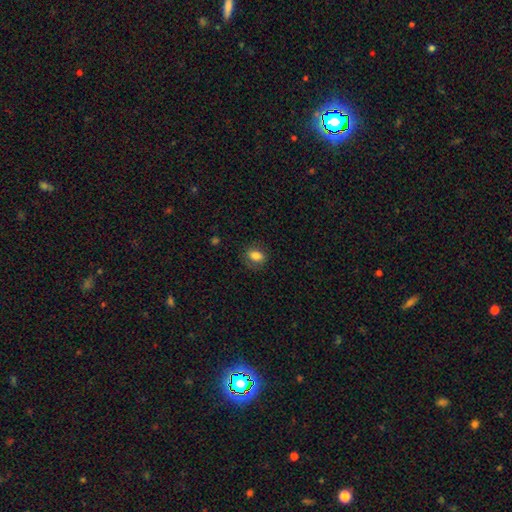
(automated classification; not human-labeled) Q: Smooth or featured?
A: smooth (82%); runner-up: star or artifact (9%)
Q: How rounded?
A: in between (68%); runner-up: round (30%)
Q: Merging?
A: none (79%); runner-up: minor disturbance (15%)